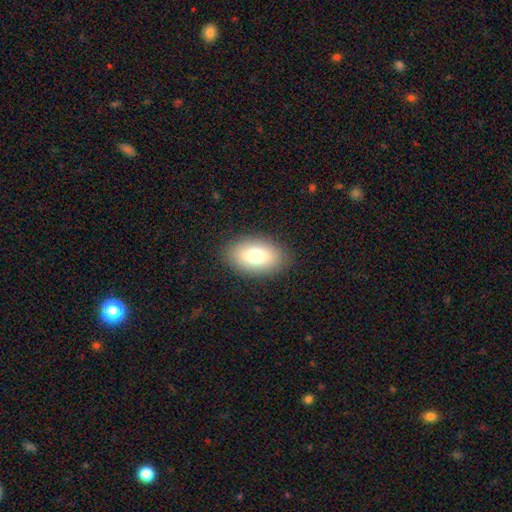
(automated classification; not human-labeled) A smooth galaxy with no disk features (76%) that is in between round and cigar-shaped (89%). Merging: none (87%).